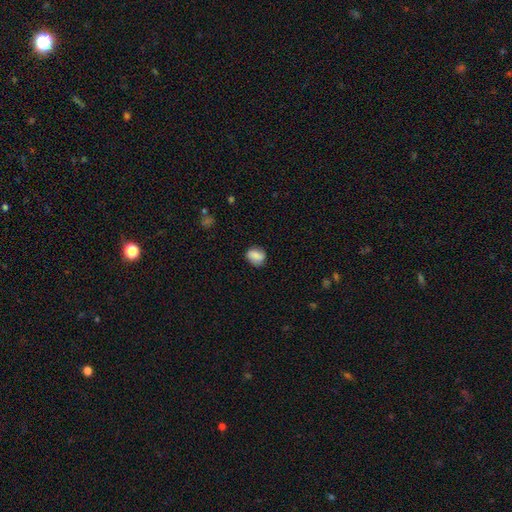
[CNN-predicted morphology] Smooth or featured?
  - smooth: 76% *
  - featured or disk: 16%
  - star or artifact: 8%
How rounded?
  - round: 51% *
  - in between: 48%
  - cigar-shaped: 2%
Merging?
  - none: 77% *
  - minor disturbance: 17%
  - major disturbance: 4%
  - merger: 2%